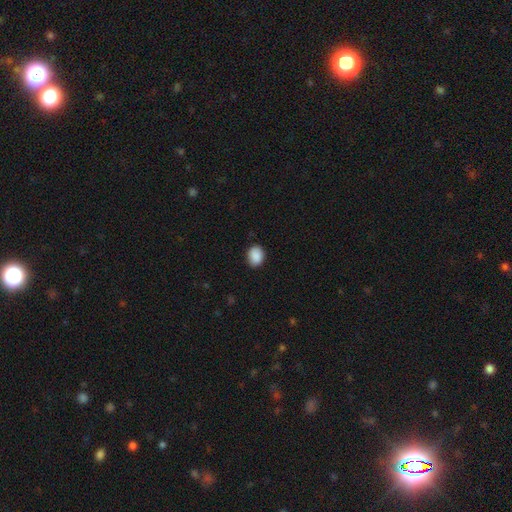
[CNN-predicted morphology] This appears to be a smooth galaxy with no disk features (90%) that is in between round and cigar-shaped (61%). Merging: none (87%).